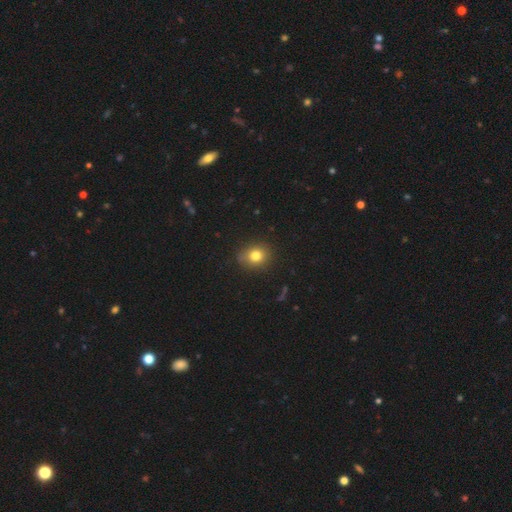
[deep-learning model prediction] smooth-or-featured: smooth: 79% | star or artifact: 12% | featured or disk: 9%
  how-rounded: round: 69% | in between: 30% | cigar-shaped: 1%
  merging: none: 81% | minor disturbance: 14% | major disturbance: 3% | merger: 2%